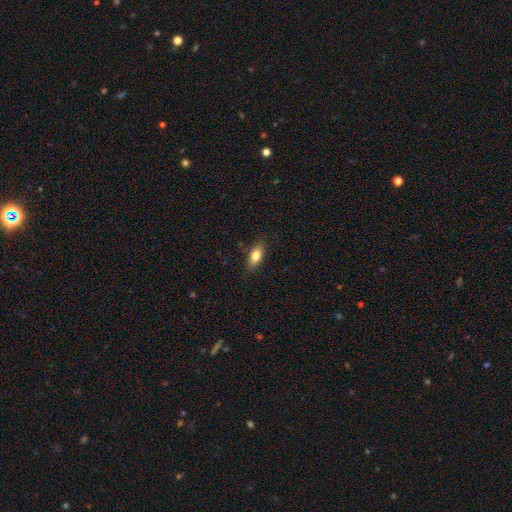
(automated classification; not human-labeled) Morphology: type=smooth (79%); roundness=in between (82%); merging=none (85%).